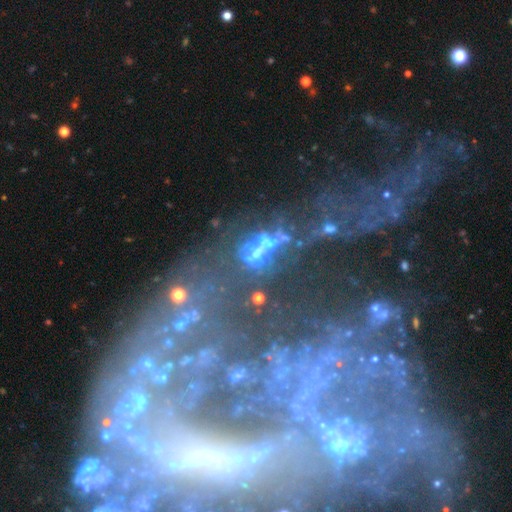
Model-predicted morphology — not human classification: Smooth or featured: featured or disk — 45% (star or artifact — 34%)
Merging: merger — 33% (major disturbance — 29%)